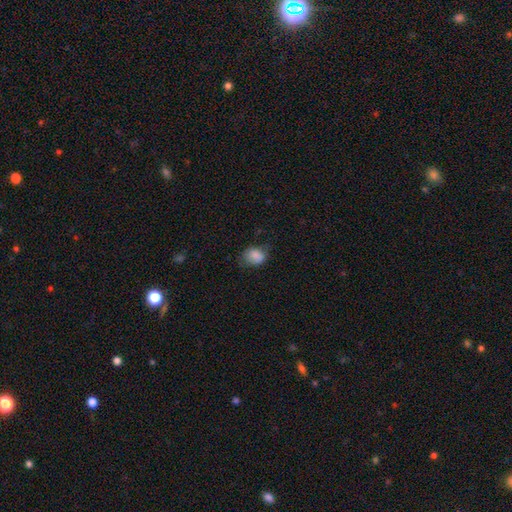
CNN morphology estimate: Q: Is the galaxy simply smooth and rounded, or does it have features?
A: smooth — 83%.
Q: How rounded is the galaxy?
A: in between — 58%.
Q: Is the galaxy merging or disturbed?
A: none — 56%.